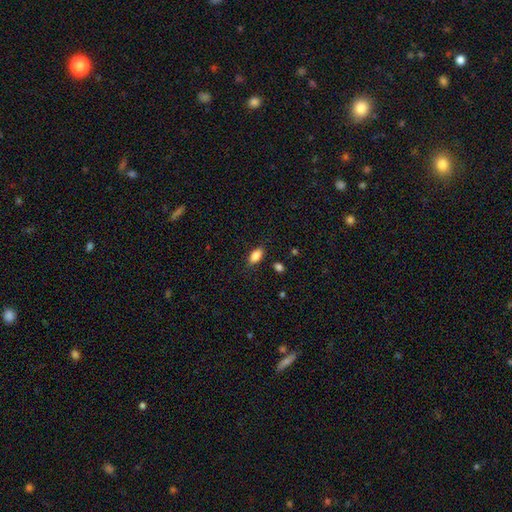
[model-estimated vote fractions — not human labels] smooth_or_featured: smooth (p=0.85) [alt: star or artifact p=0.08]
how_rounded: in between (p=0.89) [alt: cigar-shaped p=0.07]
merging: none (p=0.83) [alt: minor disturbance p=0.12]